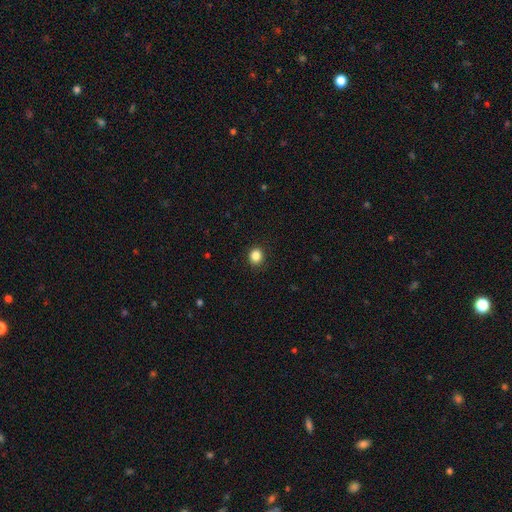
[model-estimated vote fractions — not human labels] Smooth or featured: smooth — 86% (star or artifact — 11%)
How rounded: round — 78% (in between — 22%)
Merging: none — 90% (minor disturbance — 7%)